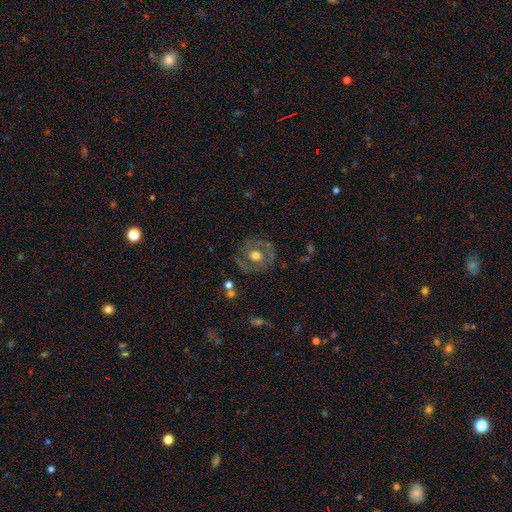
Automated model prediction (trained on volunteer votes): Morphology: type=featured or disk (52%); edge-on=no (96%); merging=none (78%).